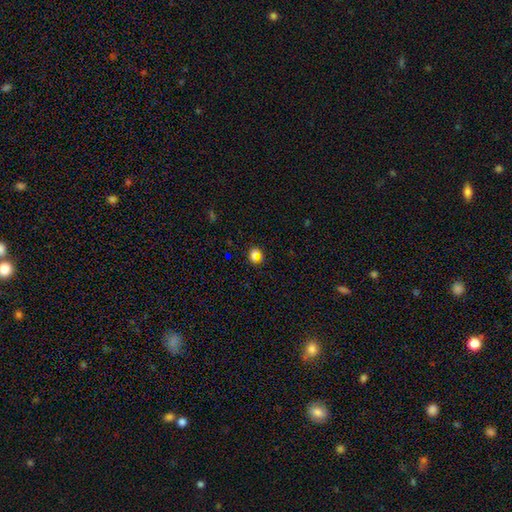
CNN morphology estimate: Q: Smooth or featured?
A: smooth (59%); runner-up: star or artifact (33%)
Q: How rounded?
A: round (76%); runner-up: in between (21%)
Q: Merging?
A: none (82%); runner-up: minor disturbance (10%)